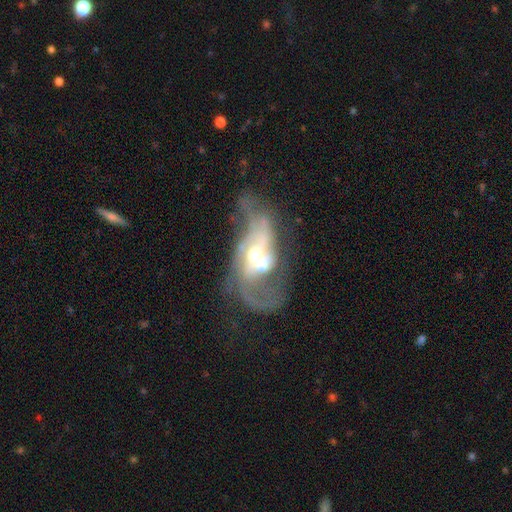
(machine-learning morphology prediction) featured or disk 77%, smooth 14%, star or artifact 9%. Down the decision tree: edge-on disk — no (95%); bar — no (61%); spiral arms — yes (76%); spiral arm count — 2 (43%); spiral winding — loose (53%); bulge size — moderate (58%); merging — merger (54%).